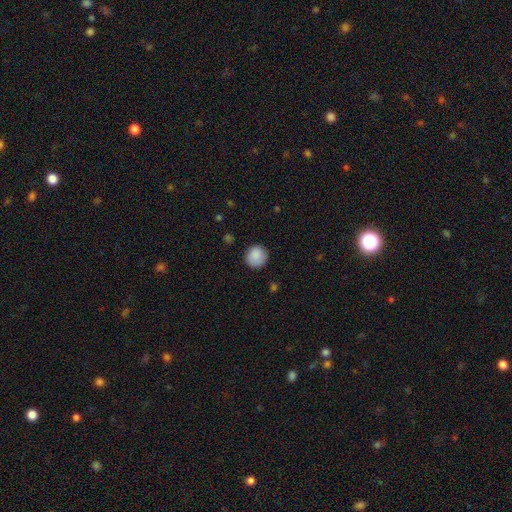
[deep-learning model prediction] This is clearly a smooth galaxy (88%). How rounded: clearly round (92%). Merging: clearly none (88%).